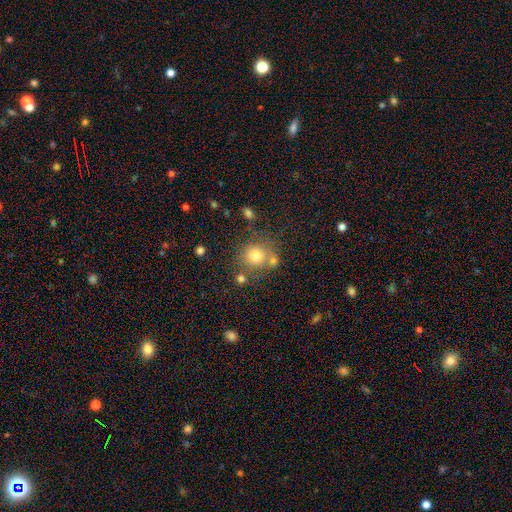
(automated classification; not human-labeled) Morphology: type=smooth (77%); roundness=round (87%); merging=none (64%).